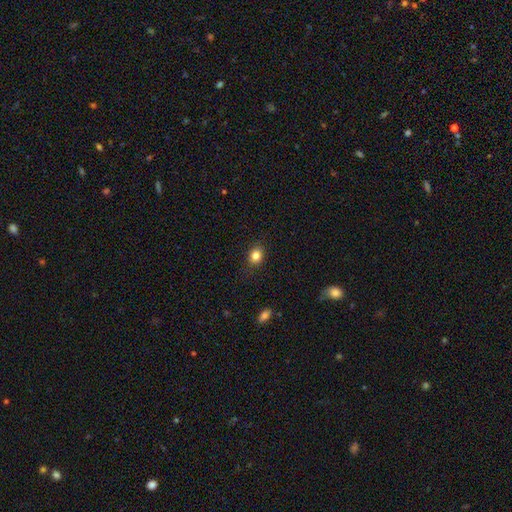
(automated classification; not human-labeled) Smooth or featured? smooth (84%)
How rounded? round (55%)
Merging? none (86%)